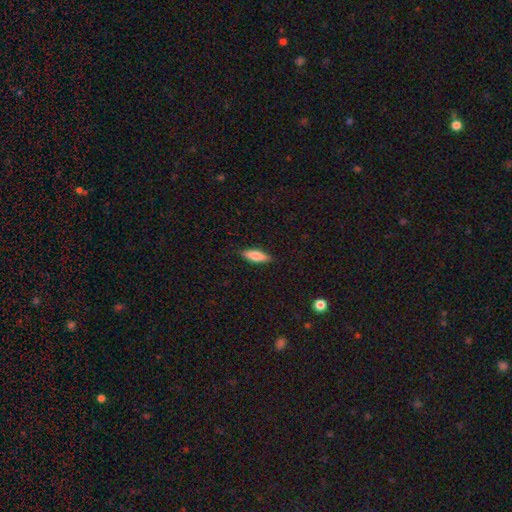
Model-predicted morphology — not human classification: type=smooth (73%); roundness=in between (50%); merging=none (88%).